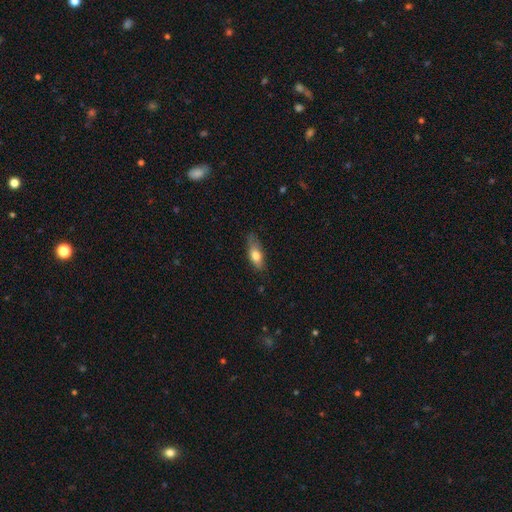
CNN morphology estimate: Smooth or featured? Predicted: smooth (p=0.74). How rounded? Predicted: in between (p=0.73). Merging? Predicted: none (p=0.65).